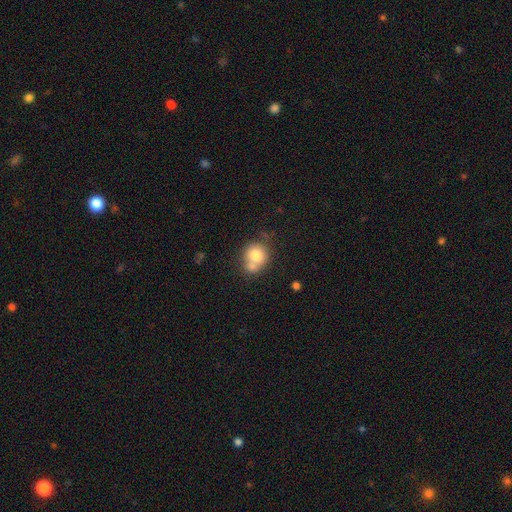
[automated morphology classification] Smooth or featured? smooth (76%)
How rounded? round (74%)
Merging? none (42%)